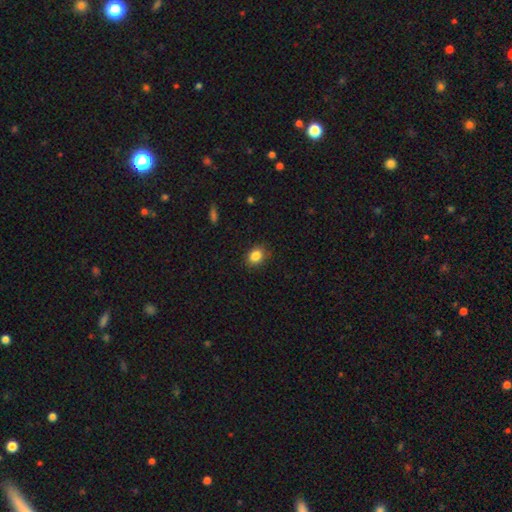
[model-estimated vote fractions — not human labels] Overall: smooth (85%). How rounded: round (52%; in between 47%). Merging: none (87%).